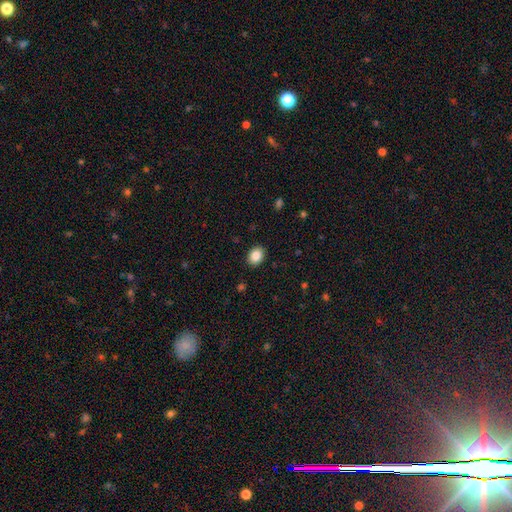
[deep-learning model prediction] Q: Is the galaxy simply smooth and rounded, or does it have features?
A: smooth — 87%.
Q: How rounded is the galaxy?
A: in between — 60%.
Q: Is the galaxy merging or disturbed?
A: none — 89%.